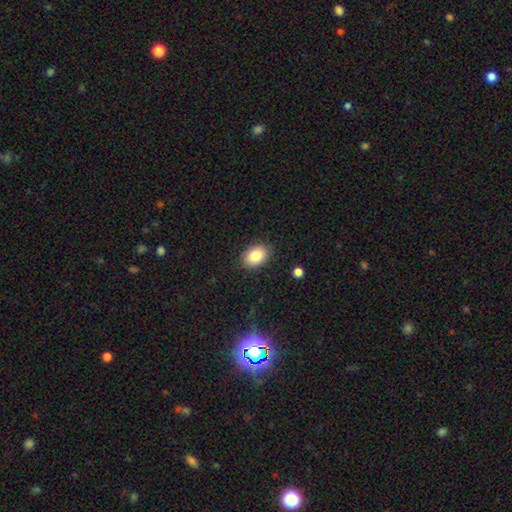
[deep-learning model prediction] Smooth or featured? Predicted: smooth (p=0.84). How rounded? Predicted: in between (p=0.80). Merging? Predicted: none (p=0.86).